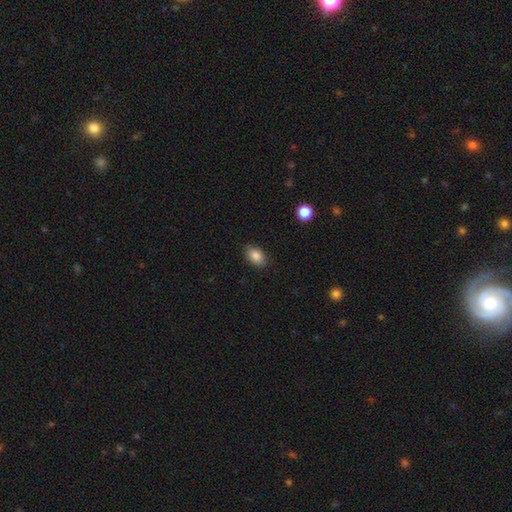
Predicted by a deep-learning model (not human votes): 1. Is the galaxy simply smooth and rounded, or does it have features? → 86% smooth, 9% star or artifact, 6% featured or disk.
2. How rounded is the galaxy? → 86% in between, 13% round, 1% cigar-shaped.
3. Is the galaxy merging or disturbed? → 87% none, 10% minor disturbance, 2% major disturbance, 1% merger.